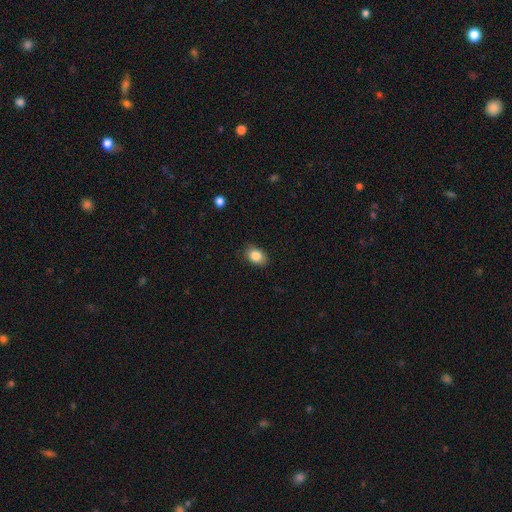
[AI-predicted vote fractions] A smooth galaxy with no disk features (85%) that is in between round and cigar-shaped (78%). Merging: none (84%).